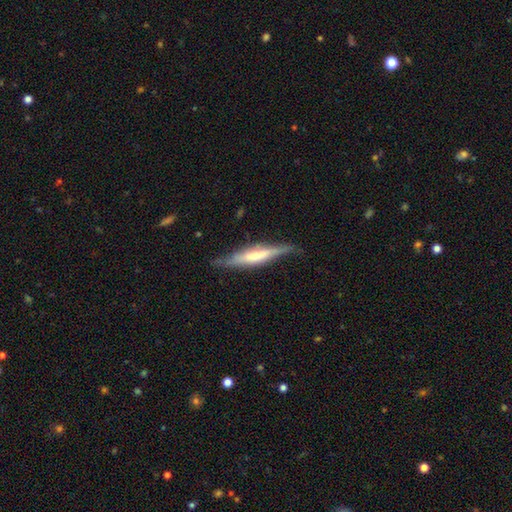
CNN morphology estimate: This appears to be a featured or disk galaxy (59%) viewed edge-on (91%) with a rounded central bulge (48%). Merging: none (77%).